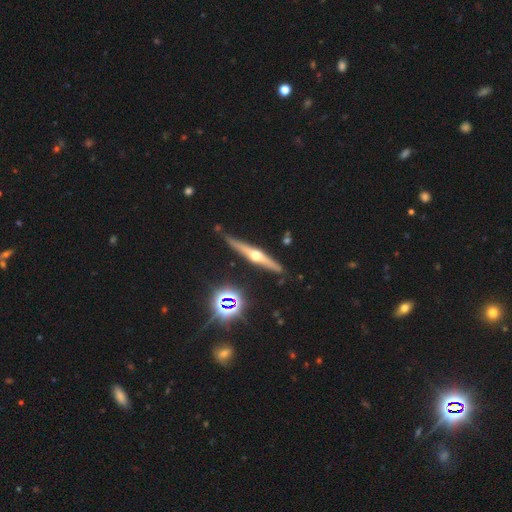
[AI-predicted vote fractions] smooth_or_featured: featured or disk (p=0.74) [alt: smooth p=0.18]
disk_edge_on: yes (p=0.97) [alt: no p=0.03]
edge_on_bulge: rounded (p=0.95) [alt: none p=0.03]
merging: none (p=0.86) [alt: minor disturbance p=0.10]